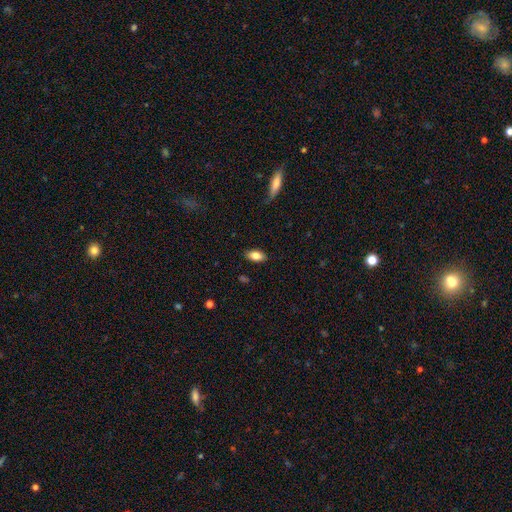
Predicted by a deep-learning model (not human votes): smooth-or-featured: smooth: 81% | featured or disk: 12% | star or artifact: 7%
  how-rounded: in between: 91% | cigar-shaped: 5% | round: 4%
  merging: none: 87% | minor disturbance: 10% | major disturbance: 2% | merger: 1%